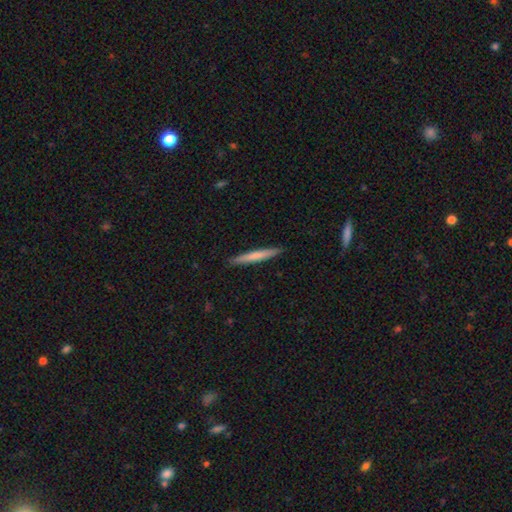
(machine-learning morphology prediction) smooth 68%, featured or disk 26%, star or artifact 5%. Down the decision tree: how rounded — cigar-shaped (96%); merging — none (92%).